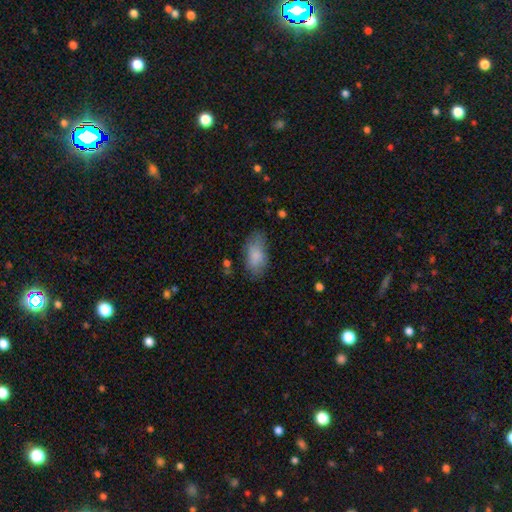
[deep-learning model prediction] A smooth galaxy with no disk features (82%) that is in between round and cigar-shaped (92%). Merging: none (67%).